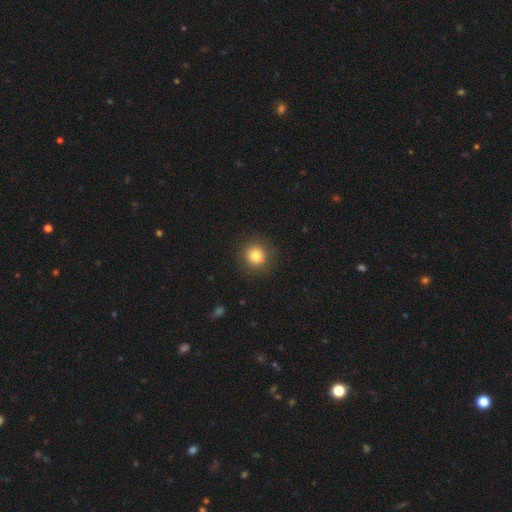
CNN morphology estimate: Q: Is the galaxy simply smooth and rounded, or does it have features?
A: smooth — 82%.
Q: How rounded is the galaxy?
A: round — 93%.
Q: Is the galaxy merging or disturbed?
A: none — 88%.